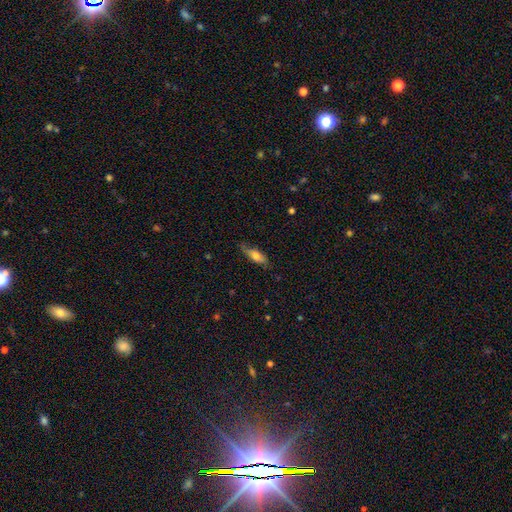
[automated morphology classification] Smooth or featured?
  - smooth: 68% *
  - featured or disk: 25%
  - star or artifact: 7%
How rounded?
  - in between: 64% *
  - cigar-shaped: 34%
  - round: 2%
Merging?
  - none: 68% *
  - minor disturbance: 25%
  - major disturbance: 6%
  - merger: 2%